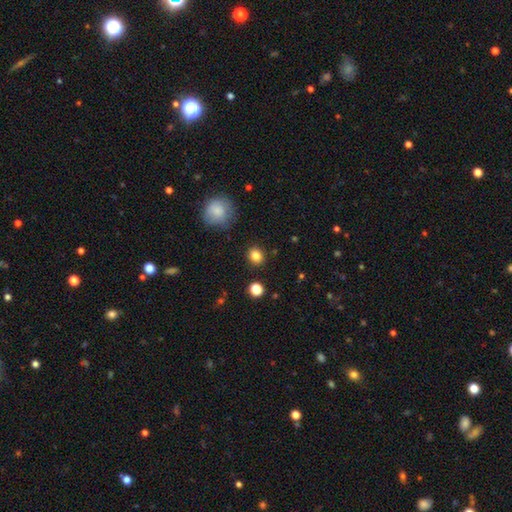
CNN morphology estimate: A smooth galaxy with no disk features (83%) that is round (79%). Merging: none (89%).